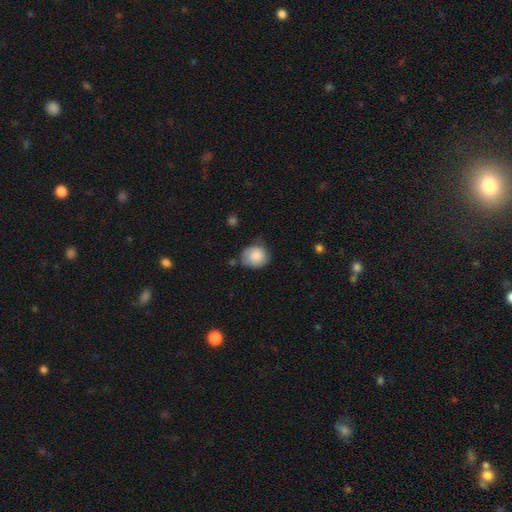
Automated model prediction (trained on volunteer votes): Smooth or featured? smooth (76%)
How rounded? round (73%)
Merging? none (59%)